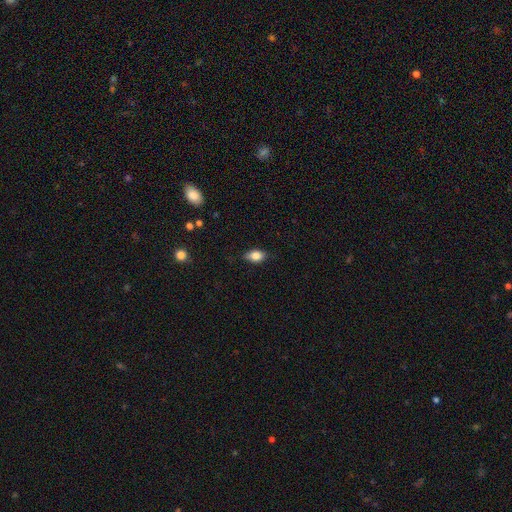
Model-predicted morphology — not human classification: The model was most divided on "merging": none: 82%, minor disturbance: 15%, major disturbance: 3%, merger: 1%. More confident: how rounded — in between (86%); smooth or featured — smooth (81%).